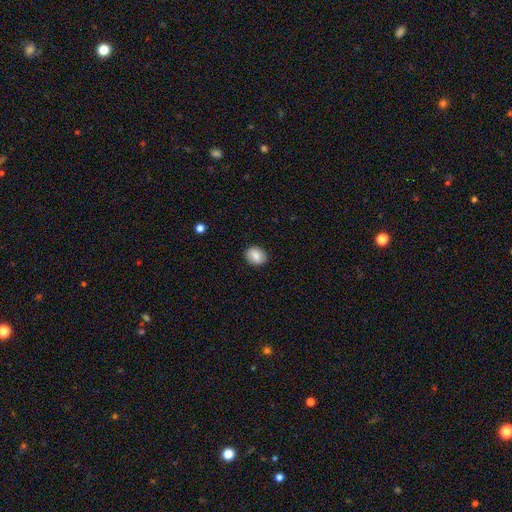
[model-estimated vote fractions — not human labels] Morphology: type=smooth (83%); roundness=round (56%); merging=none (89%).